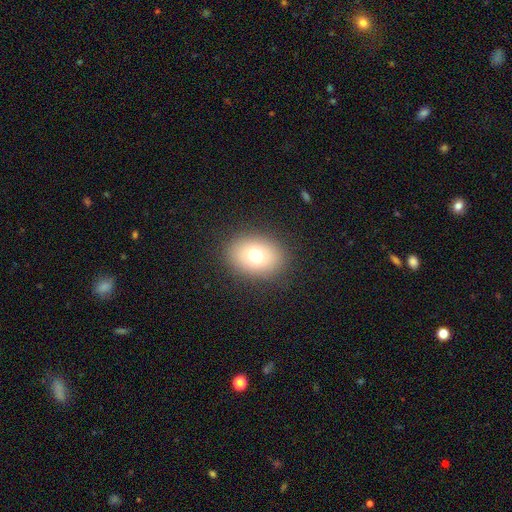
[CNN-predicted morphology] A smooth galaxy with no disk features (70%) that is in between round and cigar-shaped (54%).

Vote fractions:
- Smooth or featured? smooth: 70% / star or artifact: 16% / featured or disk: 15%
- How rounded? in between: 54% / round: 45% / cigar-shaped: 1%
- Merging? none: 87% / minor disturbance: 8% / major disturbance: 4% / merger: 1%